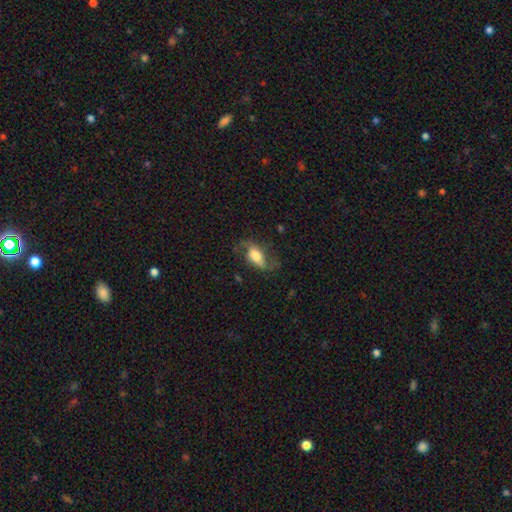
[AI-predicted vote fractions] Smooth or featured: featured or disk — 56% (smooth — 37%)
Edge-on disk: no — 88% (yes — 12%)
Merging: none — 60% (minor disturbance — 21%)